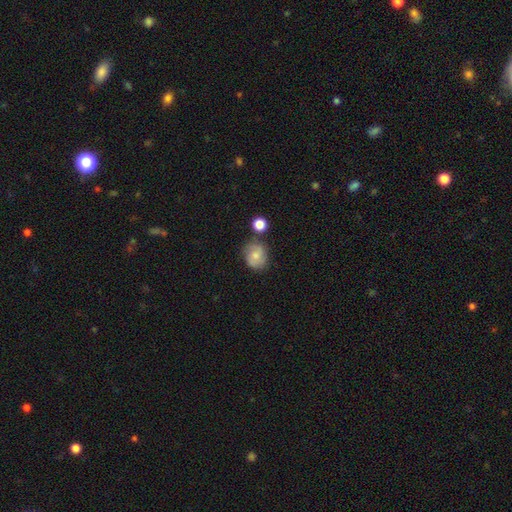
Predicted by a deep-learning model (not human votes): Overall: smooth (63%; featured or disk 28%). How rounded: round (73%). Merging: none (68%).